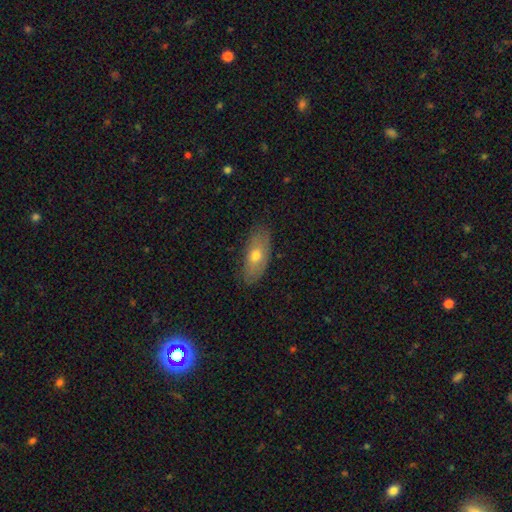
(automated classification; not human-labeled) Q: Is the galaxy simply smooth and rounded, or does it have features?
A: smooth — 65%.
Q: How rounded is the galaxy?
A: in between — 85%.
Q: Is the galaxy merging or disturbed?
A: none — 79%.